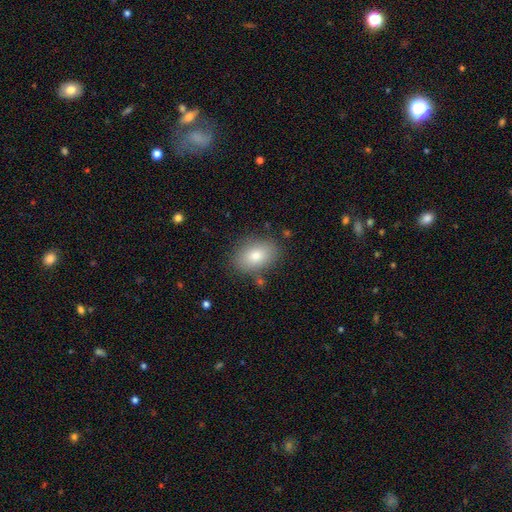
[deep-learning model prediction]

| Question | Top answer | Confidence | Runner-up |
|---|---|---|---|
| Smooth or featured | smooth | 79% | featured or disk (12%) |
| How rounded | in between | 84% | round (15%) |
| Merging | none | 83% | minor disturbance (12%) |